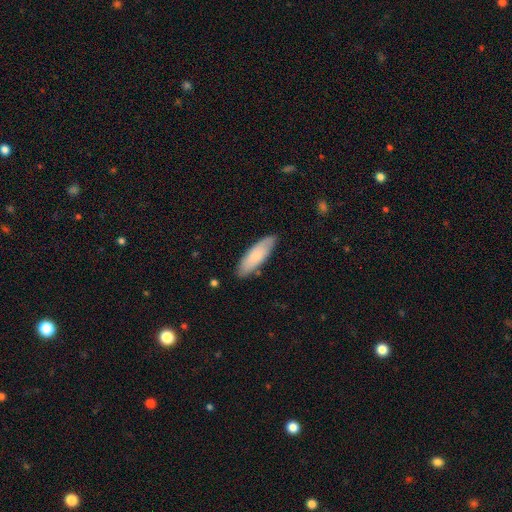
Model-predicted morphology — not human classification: Overall: smooth (77%). How rounded: in between (54%; cigar-shaped 45%). Merging: none (84%).